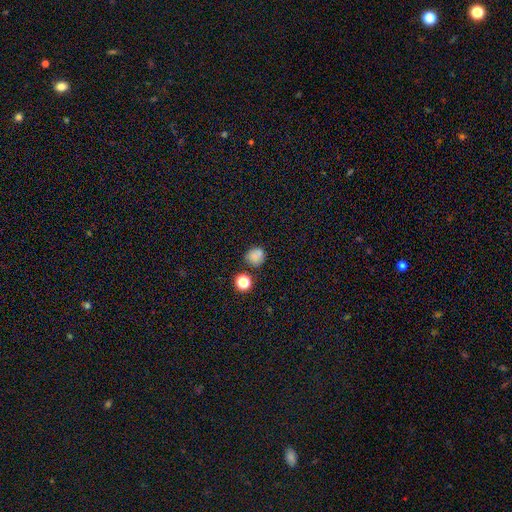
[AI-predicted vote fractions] A smooth galaxy with no disk features (81%) that is round (82%). Merging: none (73%).